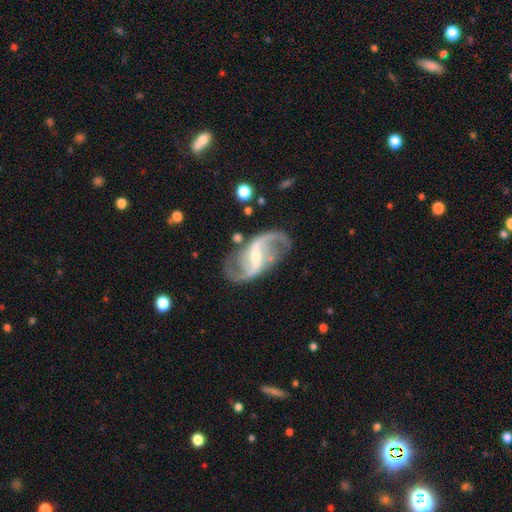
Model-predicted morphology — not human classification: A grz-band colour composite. It shows a featured or disk galaxy (91%) with a strong bar (51%), 2 (93%) loose (58%) spiral arms (97%) and a small central bulge (60%). Merging: none (77%).